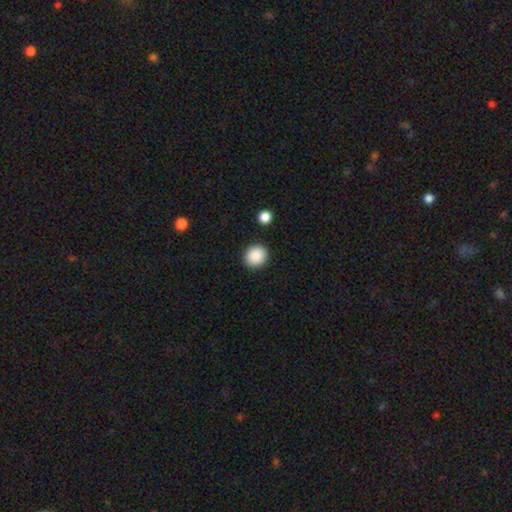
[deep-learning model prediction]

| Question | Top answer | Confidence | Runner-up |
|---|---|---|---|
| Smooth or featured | smooth | 89% | star or artifact (8%) |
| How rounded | round | 79% | in between (20%) |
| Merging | none | 90% | minor disturbance (6%) |